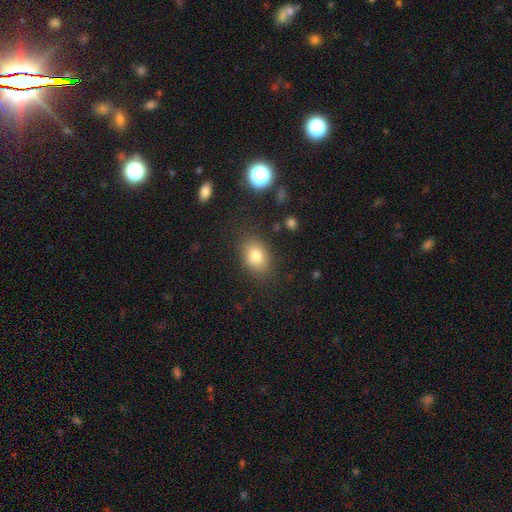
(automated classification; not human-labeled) smooth_or_featured: smooth (p=0.79) [alt: star or artifact p=0.11]
how_rounded: in between (p=0.73) [alt: round p=0.26]
merging: none (p=0.83) [alt: minor disturbance p=0.12]